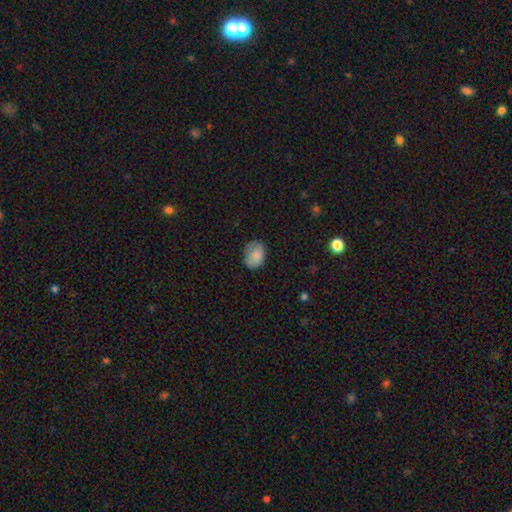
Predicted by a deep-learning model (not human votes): Smooth or featured? smooth (81%)
How rounded? in between (67%)
Merging? none (66%)